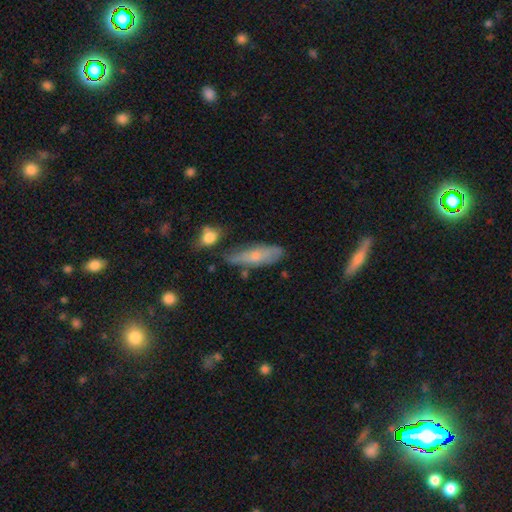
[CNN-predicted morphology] Smooth or featured? Predicted: smooth (p=0.58). How rounded? Predicted: cigar-shaped (p=0.49). Merging? Predicted: none (p=0.62).